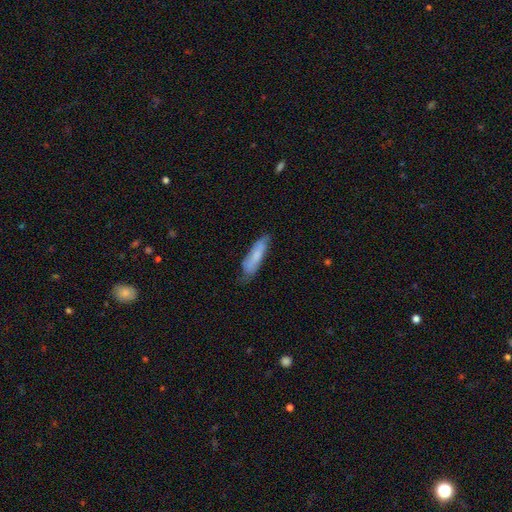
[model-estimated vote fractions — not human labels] A smooth galaxy with no disk features (72%) that is cigar-shaped (64%).

Vote fractions:
- Smooth or featured? smooth: 72% / featured or disk: 22% / star or artifact: 6%
- How rounded? cigar-shaped: 64% / in between: 35% / round: 2%
- Merging? none: 68% / minor disturbance: 25% / major disturbance: 6% / merger: 2%